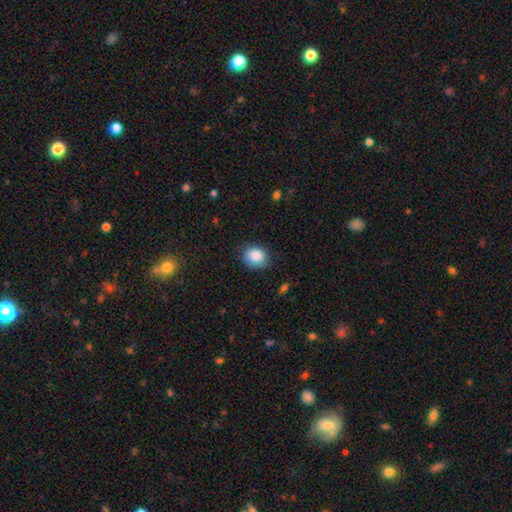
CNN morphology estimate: Q: Smooth or featured?
A: smooth (87%); runner-up: star or artifact (8%)
Q: How rounded?
A: round (61%); runner-up: in between (38%)
Q: Merging?
A: none (80%); runner-up: minor disturbance (15%)